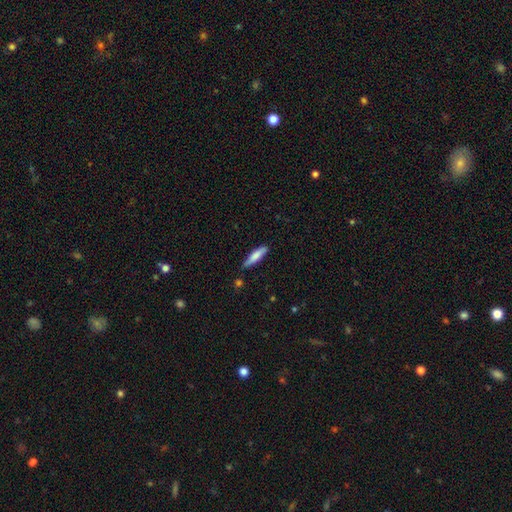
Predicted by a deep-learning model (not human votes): smooth_or_featured: smooth (p=0.73) [alt: featured or disk p=0.21]
how_rounded: cigar-shaped (p=0.79) [alt: in between p=0.20]
merging: none (p=0.80) [alt: minor disturbance p=0.15]